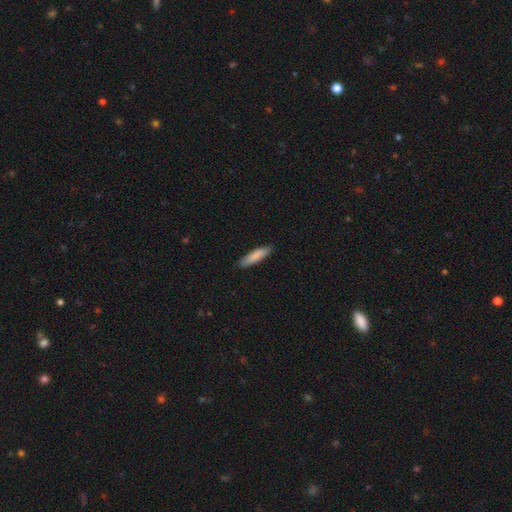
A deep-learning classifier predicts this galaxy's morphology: A smooth galaxy with no disk features (85%) that is cigar-shaped (78%).

Vote fractions:
- Smooth or featured? smooth: 85% / featured or disk: 9% / star or artifact: 5%
- How rounded? cigar-shaped: 78% / in between: 21% / round: 1%
- Merging? none: 87% / minor disturbance: 10% / major disturbance: 2% / merger: 1%